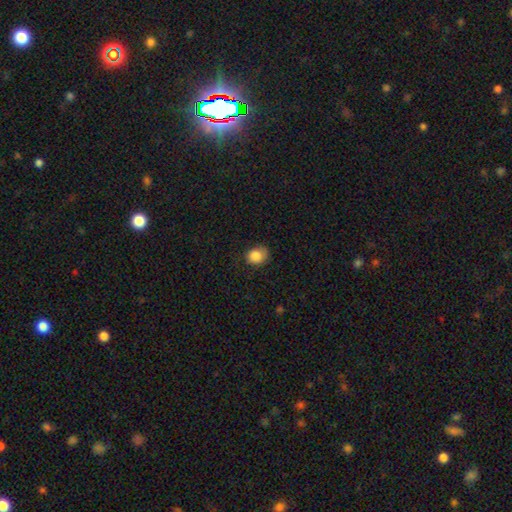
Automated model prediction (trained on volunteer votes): A smooth galaxy with no disk features (85%) that is round (65%).

Vote fractions:
- Smooth or featured? smooth: 85% / star or artifact: 9% / featured or disk: 6%
- How rounded? round: 65% / in between: 34% / cigar-shaped: 1%
- Merging? none: 69% / minor disturbance: 24% / major disturbance: 6% / merger: 1%